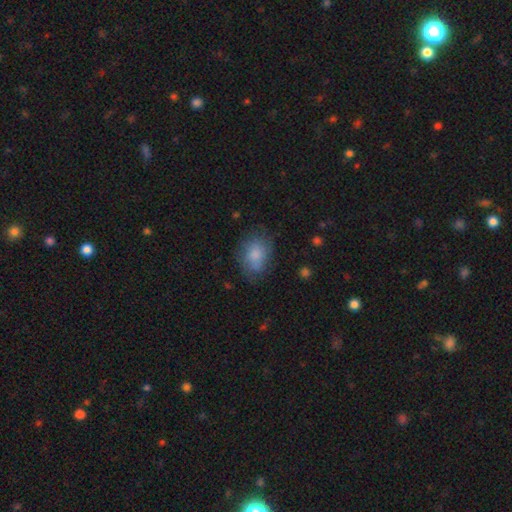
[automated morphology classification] This is likely a smooth galaxy (75%). How rounded: likely in between (72%). Merging: likely none (65%).